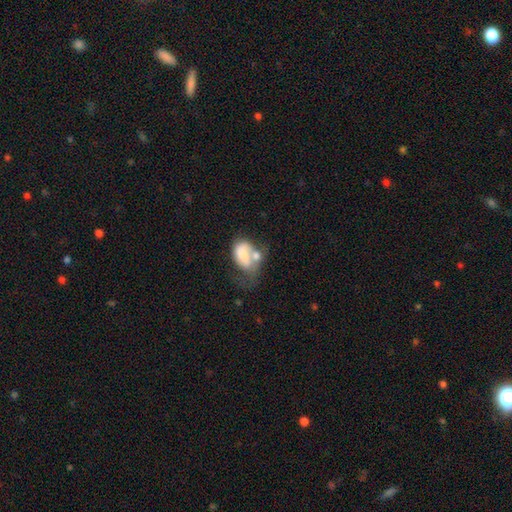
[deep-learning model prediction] smooth_or_featured: smooth (p=0.57) [alt: featured or disk p=0.35]
how_rounded: in between (p=0.84) [alt: round p=0.14]
merging: merger (p=0.45) [alt: major disturbance p=0.24]